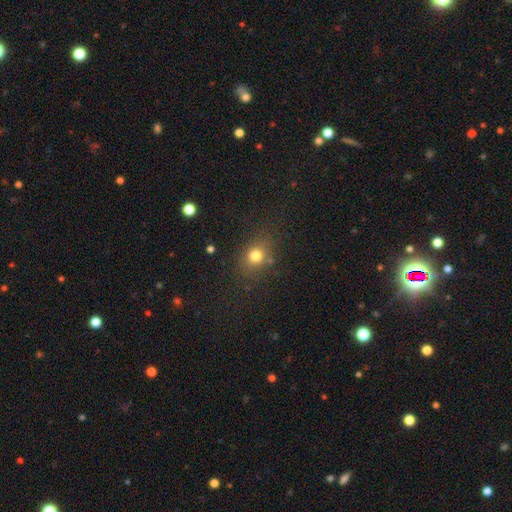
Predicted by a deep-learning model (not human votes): Q: Smooth or featured?
A: smooth (76%); runner-up: star or artifact (16%)
Q: How rounded?
A: round (66%); runner-up: in between (33%)
Q: Merging?
A: none (77%); runner-up: minor disturbance (14%)